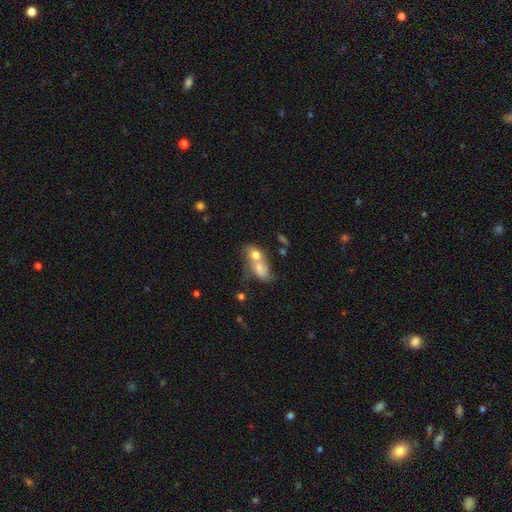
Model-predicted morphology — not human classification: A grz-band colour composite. It shows a smooth galaxy with no disk features (66%) that is in between round and cigar-shaped (73%). Merging: merger (67%).